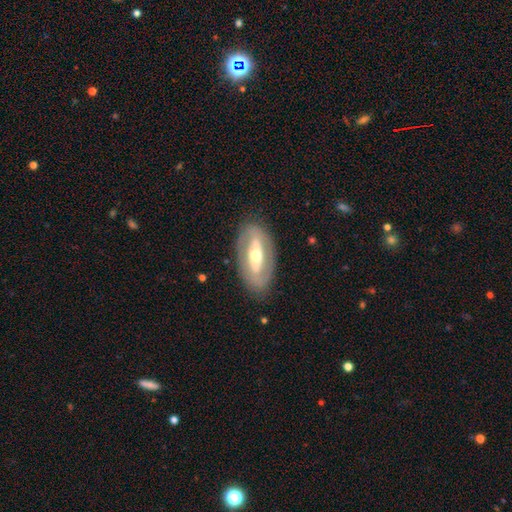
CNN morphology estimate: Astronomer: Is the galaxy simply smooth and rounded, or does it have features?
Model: featured or disk — 71%.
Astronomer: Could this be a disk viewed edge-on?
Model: no — 87%.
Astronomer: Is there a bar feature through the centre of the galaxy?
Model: strong — 44% (runner-up: no, 31%).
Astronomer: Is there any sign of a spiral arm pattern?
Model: no — 58% (runner-up: yes, 42%).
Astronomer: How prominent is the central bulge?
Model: moderate — 62%.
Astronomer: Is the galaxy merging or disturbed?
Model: none — 82%.